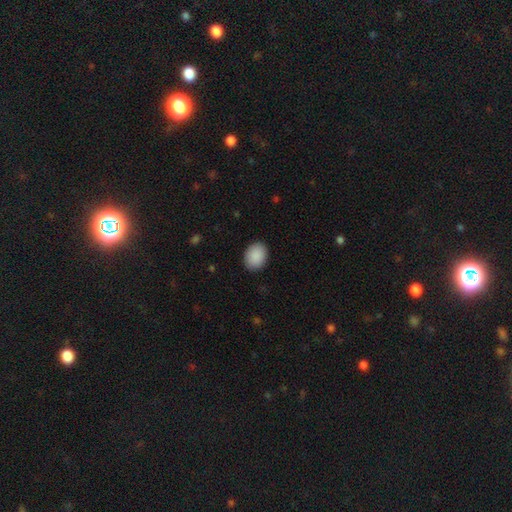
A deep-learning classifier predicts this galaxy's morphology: The model was most divided on "how rounded": in between: 63%, round: 36%, cigar-shaped: 1%. More confident: smooth or featured — smooth (91%); merging — none (89%).